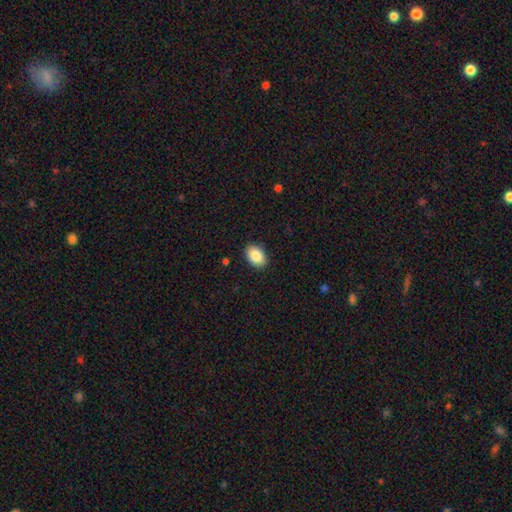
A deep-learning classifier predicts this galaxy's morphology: A smooth galaxy with no disk features (87%) that is in between round and cigar-shaped (86%).

Vote fractions:
- Smooth or featured? smooth: 87% / star or artifact: 7% / featured or disk: 6%
- How rounded? in between: 86% / round: 13% / cigar-shaped: 1%
- Merging? none: 89% / minor disturbance: 8% / major disturbance: 2% / merger: 1%